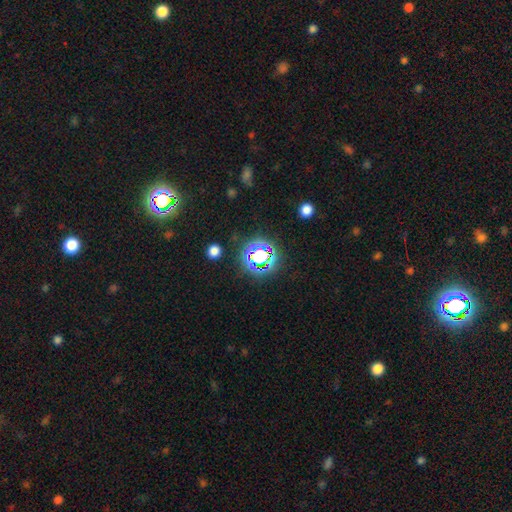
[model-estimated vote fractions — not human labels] smooth-or-featured: star or artifact: 75% | smooth: 17% | featured or disk: 9%